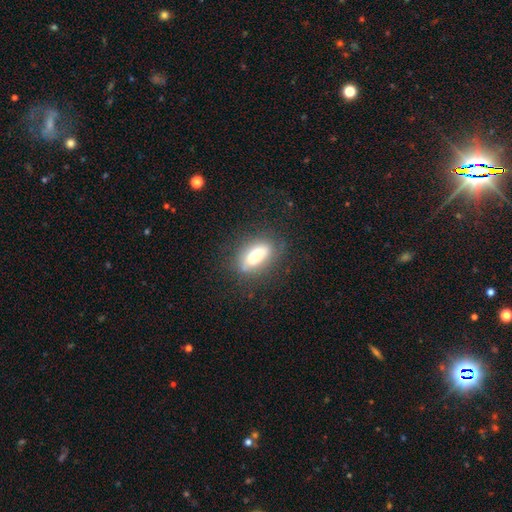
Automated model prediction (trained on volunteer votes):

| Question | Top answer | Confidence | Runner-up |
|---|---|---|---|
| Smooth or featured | smooth | 68% | featured or disk (24%) |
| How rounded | in between | 80% | cigar-shaped (16%) |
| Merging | none | 74% | minor disturbance (17%) |